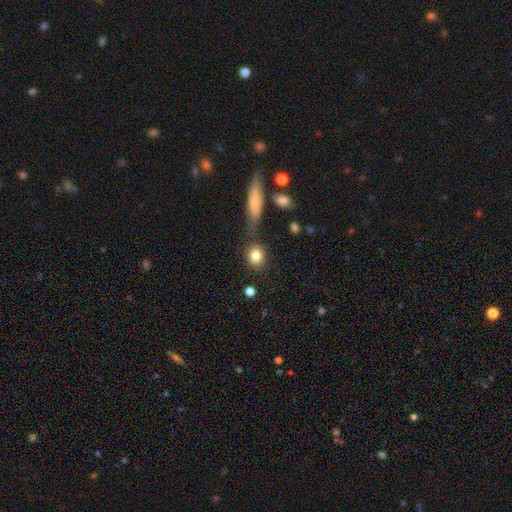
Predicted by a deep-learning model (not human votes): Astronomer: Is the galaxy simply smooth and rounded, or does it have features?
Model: smooth — 82%.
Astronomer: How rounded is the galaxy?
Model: round — 65%.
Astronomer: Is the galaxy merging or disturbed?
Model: none — 73%.